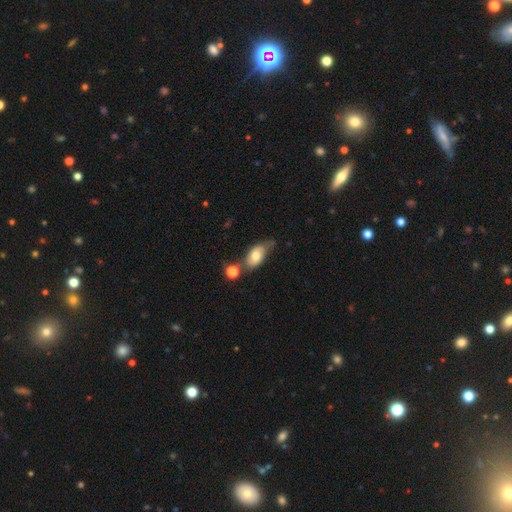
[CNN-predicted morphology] smooth_or_featured: smooth (p=0.68) [alt: featured or disk p=0.24]
how_rounded: in between (p=0.85) [alt: round p=0.10]
merging: none (p=0.45) [alt: merger p=0.23]